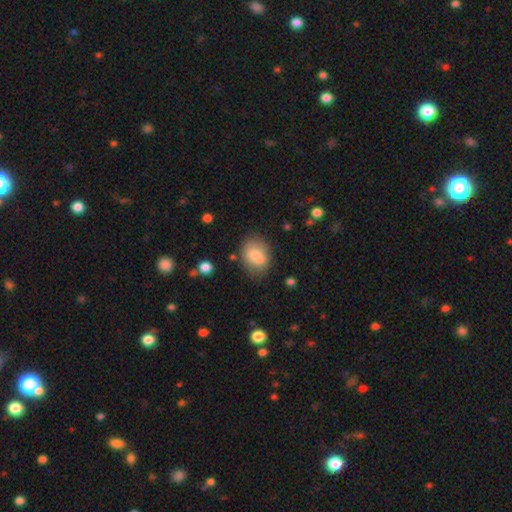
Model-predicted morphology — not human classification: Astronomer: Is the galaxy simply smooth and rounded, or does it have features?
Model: smooth — 75%.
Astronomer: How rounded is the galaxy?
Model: in between — 70%.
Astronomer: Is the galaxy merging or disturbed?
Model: none — 65%.